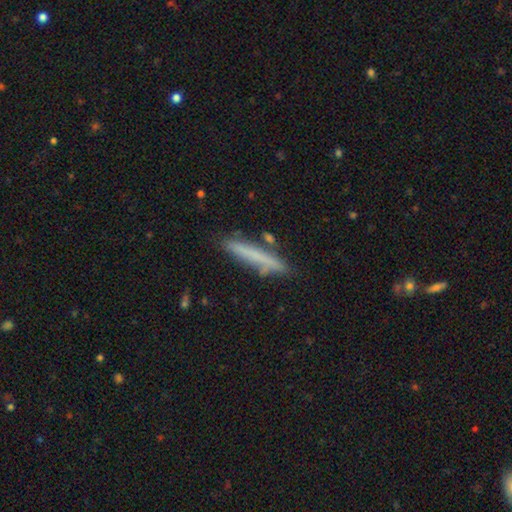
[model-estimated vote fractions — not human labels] Smooth or featured? Predicted: smooth (p=0.63). How rounded? Predicted: cigar-shaped (p=0.95). Merging? Predicted: none (p=0.80).